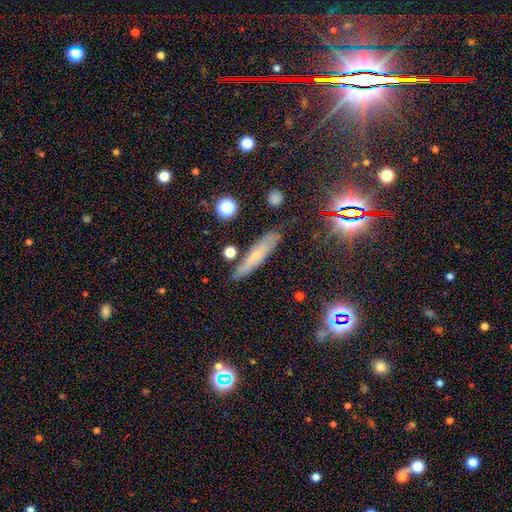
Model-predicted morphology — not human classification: smooth_or_featured: smooth (p=0.53) [alt: featured or disk p=0.33]
how_rounded: cigar-shaped (p=0.81) [alt: in between p=0.16]
merging: none (p=0.80) [alt: minor disturbance p=0.13]